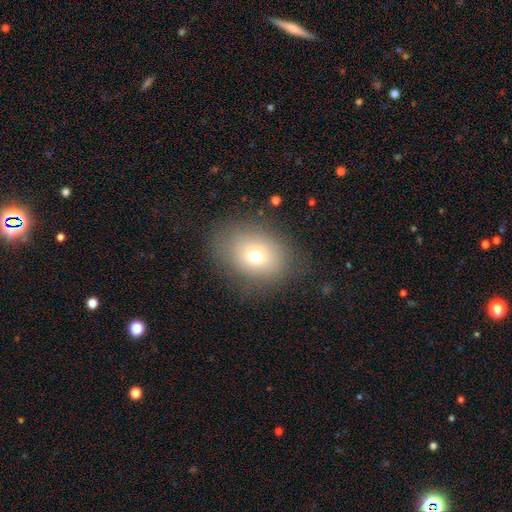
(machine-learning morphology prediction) Smooth or featured? smooth (70%)
How rounded? round (51%)
Merging? none (78%)